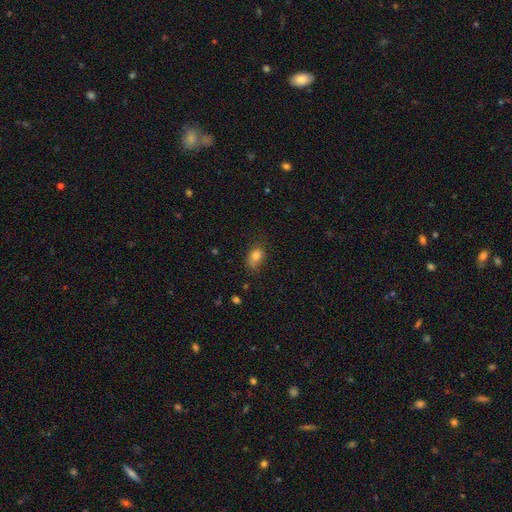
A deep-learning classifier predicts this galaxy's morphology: Smooth or featured?
  - smooth: 81% *
  - star or artifact: 10%
  - featured or disk: 8%
How rounded?
  - in between: 73% *
  - round: 25%
  - cigar-shaped: 2%
Merging?
  - none: 61% *
  - minor disturbance: 29%
  - major disturbance: 8%
  - merger: 2%